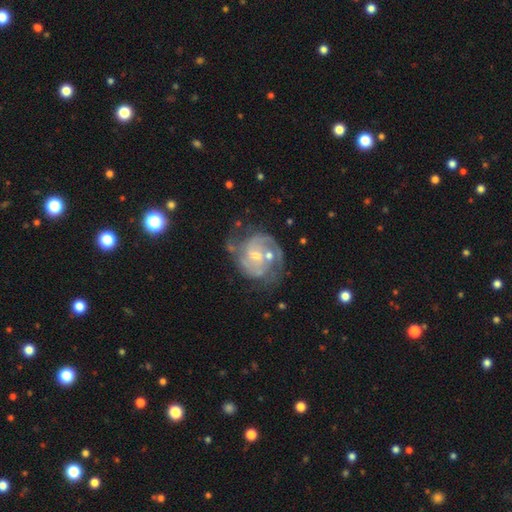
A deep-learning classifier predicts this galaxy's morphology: featured or disk 85%, smooth 8%, star or artifact 7%. Down the decision tree: edge-on disk — no (98%); bar — no (50%); spiral arms — yes (92%); spiral arm count — 2 (50%); spiral winding — tight (47%); bulge size — small (50%); merging — none (55%).